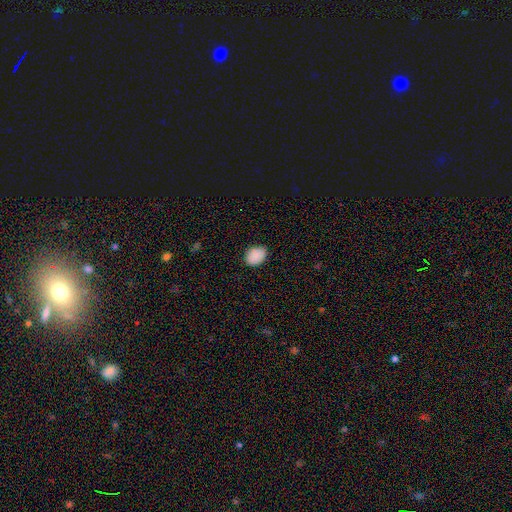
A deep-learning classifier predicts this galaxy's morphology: smooth-or-featured: smooth: 88% | star or artifact: 8% | featured or disk: 4%
  how-rounded: in between: 71% | round: 28% | cigar-shaped: 1%
  merging: none: 82% | minor disturbance: 15% | major disturbance: 3% | merger: 1%